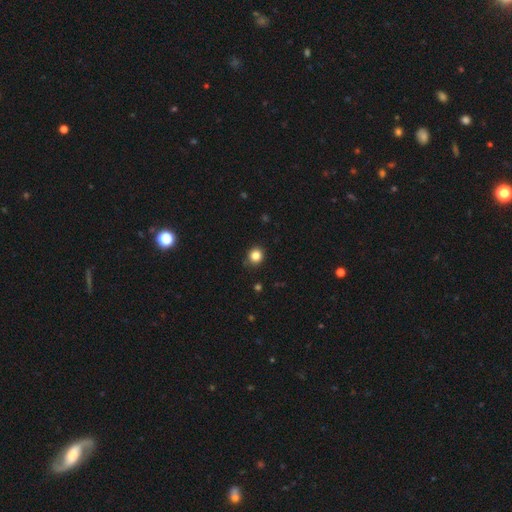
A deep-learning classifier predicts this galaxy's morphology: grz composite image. It shows a smooth galaxy with no disk features (84%) that is round (85%). Merging: none (87%).